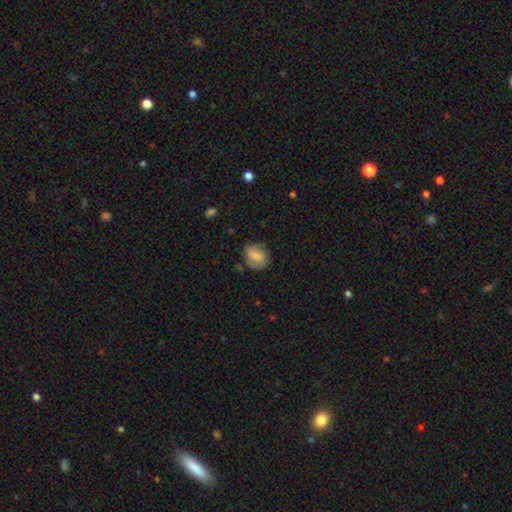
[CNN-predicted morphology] smooth_or_featured: smooth (p=0.75) [alt: featured or disk p=0.17]
how_rounded: in between (p=0.50) [alt: round p=0.48]
merging: none (p=0.72) [alt: minor disturbance p=0.21]